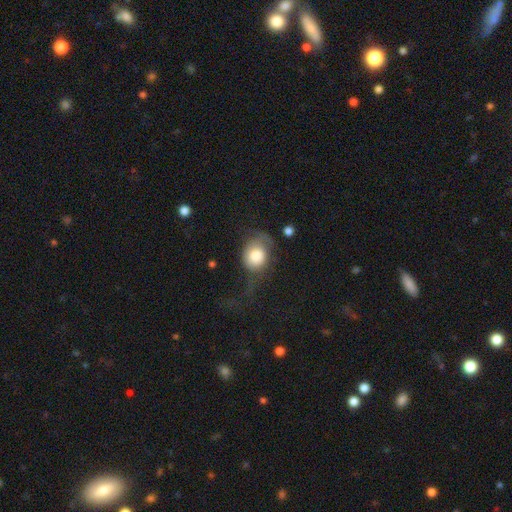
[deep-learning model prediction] The model was most divided on "merging": major disturbance: 40%, none: 30%, minor disturbance: 27%, merger: 4%. More confident: smooth or featured — smooth (76%); how rounded — round (59%).